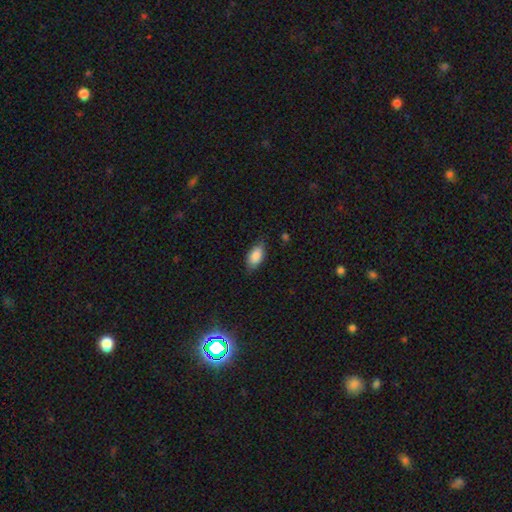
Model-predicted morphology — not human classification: The model was most divided on "merging": none: 80%, minor disturbance: 16%, major disturbance: 3%, merger: 1%. More confident: how rounded — in between (91%); smooth or featured — smooth (86%).